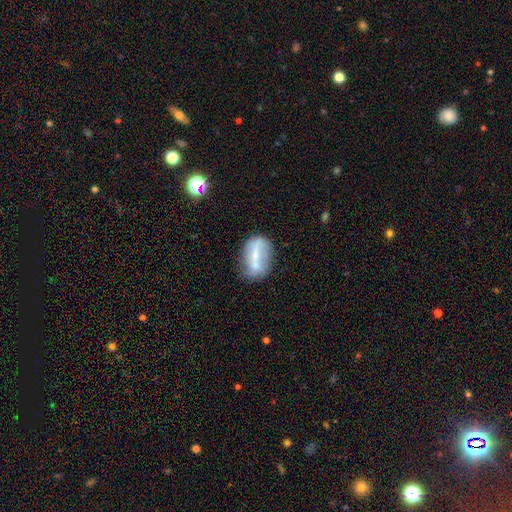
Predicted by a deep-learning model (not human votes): This is possibly a featured or disk galaxy (54%). It is clearly not viewed edge-on (88%). Merging: likely none (61%).